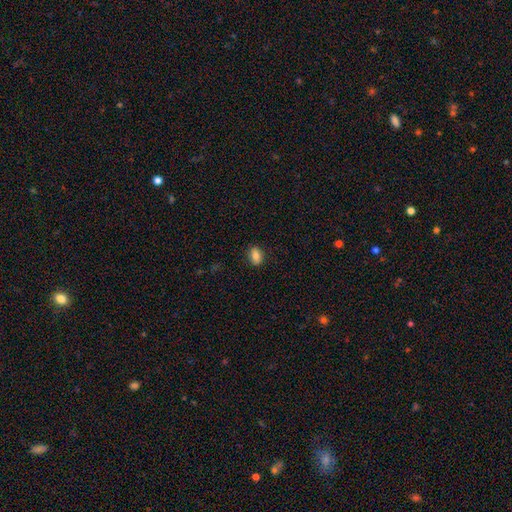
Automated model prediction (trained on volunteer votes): This appears to be a smooth galaxy with no disk features (82%) that is in between round and cigar-shaped (76%). Merging: none (85%).